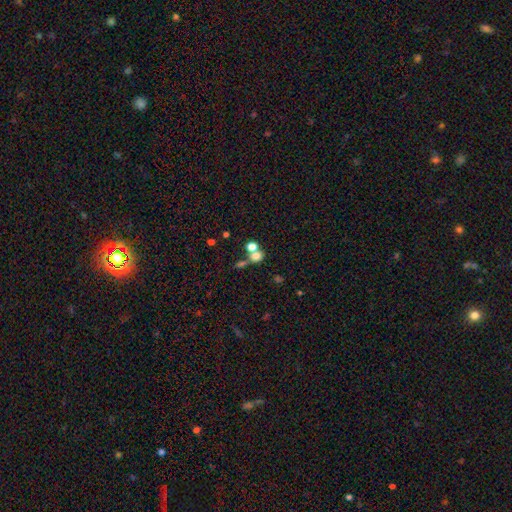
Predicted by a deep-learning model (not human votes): Morphology: type=smooth (71%); roundness=round (63%); merging=merger (46%).